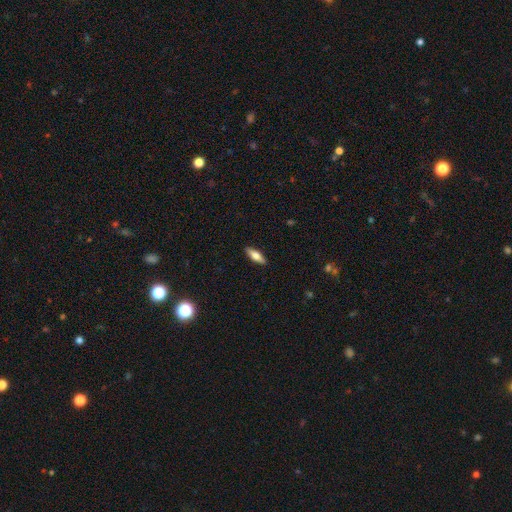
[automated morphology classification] Overall: smooth (62%; featured or disk 32%). How rounded: in between (51%; cigar-shaped 46%). Merging: none (89%).